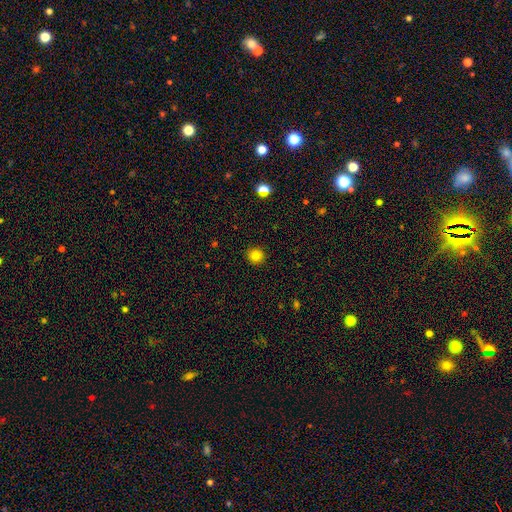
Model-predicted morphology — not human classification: type=smooth (82%); roundness=round (93%); merging=none (92%).